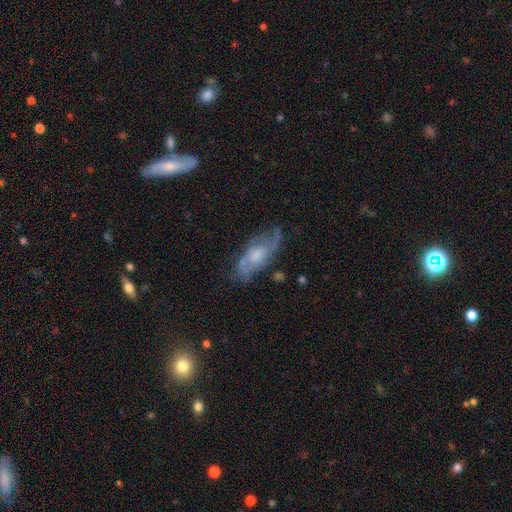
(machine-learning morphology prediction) smooth-or-featured: featured or disk: 68% | smooth: 24% | star or artifact: 8%
  disk-edge-on: no: 88% | yes: 12%
    bar: no: 70% | weak: 26% | strong: 4%
    has-spiral-arms: yes: 81% | no: 19%
    bulge-size: moderate: 44% | small: 23% | large: 16% | none: 15% | dominant: 2%
  merging: none: 63% | minor disturbance: 24% | major disturbance: 11% | merger: 2%